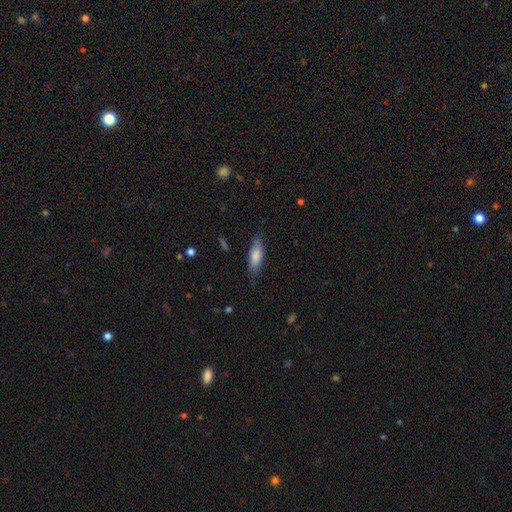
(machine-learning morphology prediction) smooth_or_featured: smooth (p=0.82) [alt: featured or disk p=0.12]
how_rounded: in between (p=0.58) [alt: cigar-shaped p=0.41]
merging: none (p=0.81) [alt: minor disturbance p=0.15]